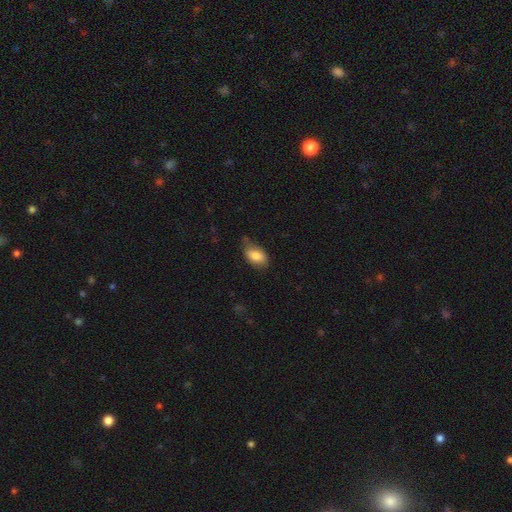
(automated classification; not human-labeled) Overall: smooth (84%). How rounded: in between (91%). Merging: none (61%; minor disturbance 30%).